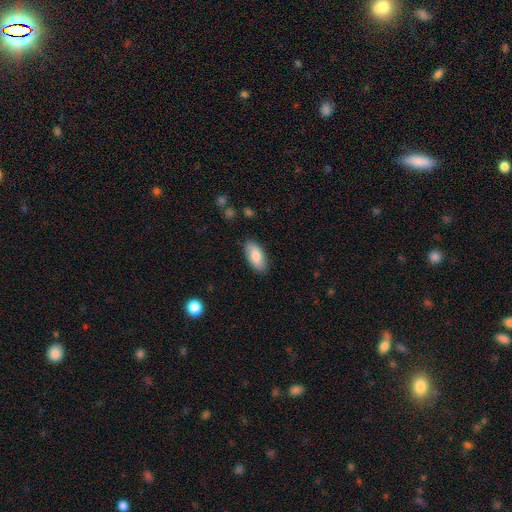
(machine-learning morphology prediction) smooth 82%, featured or disk 13%, star or artifact 6%. Down the decision tree: how rounded — in between (92%); merging — none (86%).